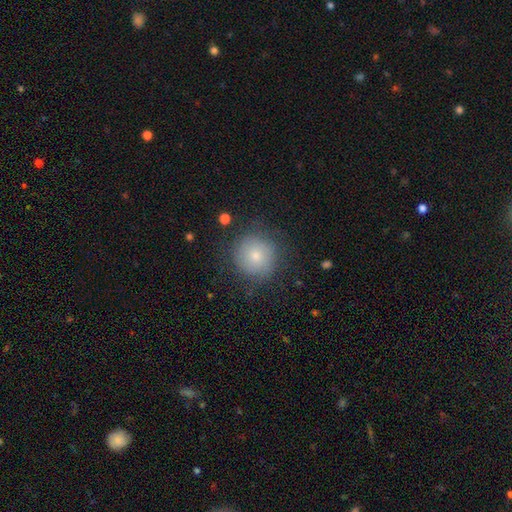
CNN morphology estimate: Overall: smooth (72%). How rounded: round (94%). Merging: none (78%).